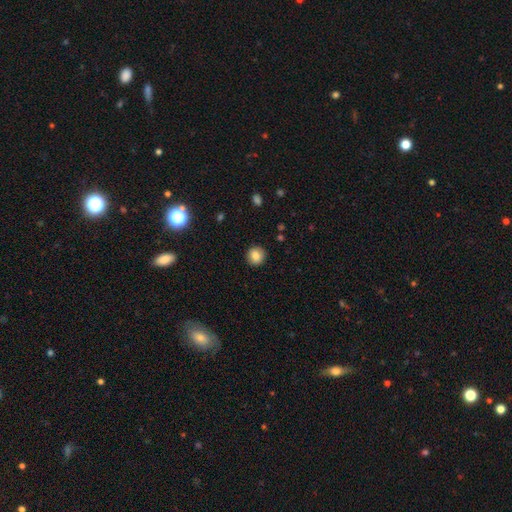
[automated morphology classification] smooth-or-featured: smooth: 85% | star or artifact: 10% | featured or disk: 5%
  how-rounded: round: 90% | in between: 9% | cigar-shaped: 1%
  merging: none: 91% | minor disturbance: 6% | major disturbance: 2% | merger: 1%